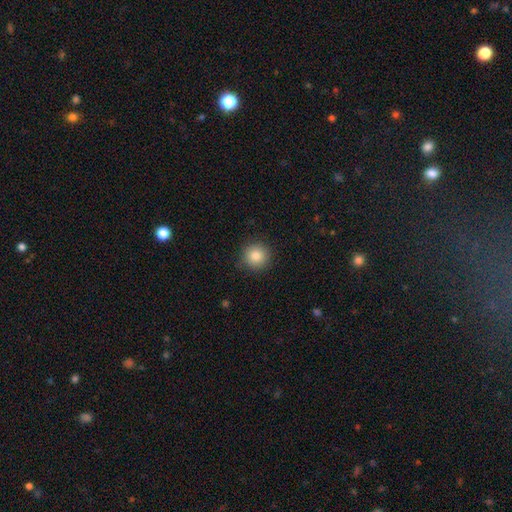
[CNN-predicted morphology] smooth 84%, star or artifact 10%, featured or disk 5%. Down the decision tree: how rounded — round (94%); merging — none (89%).